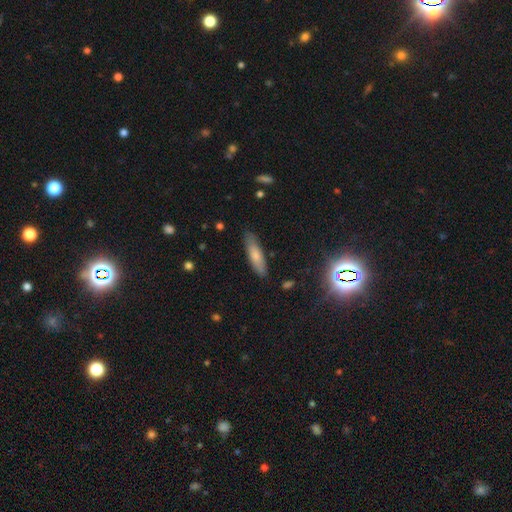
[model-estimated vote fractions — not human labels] Smooth or featured: smooth — 73% (featured or disk — 20%)
How rounded: cigar-shaped — 66% (in between — 32%)
Merging: none — 84% (minor disturbance — 12%)